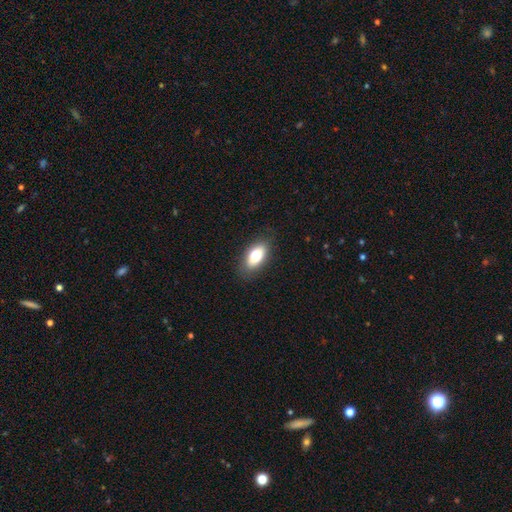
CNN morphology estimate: Smooth or featured: smooth — 79% (featured or disk — 14%)
How rounded: in between — 88% (cigar-shaped — 8%)
Merging: none — 85% (minor disturbance — 11%)